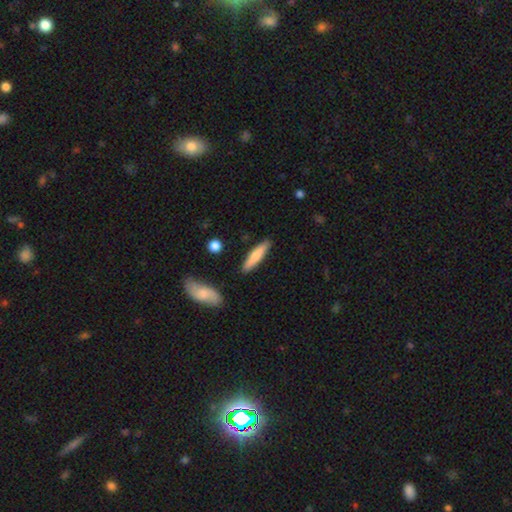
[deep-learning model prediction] This is likely a smooth galaxy (70%). How rounded: clearly cigar-shaped (83%). Merging: clearly none (87%).